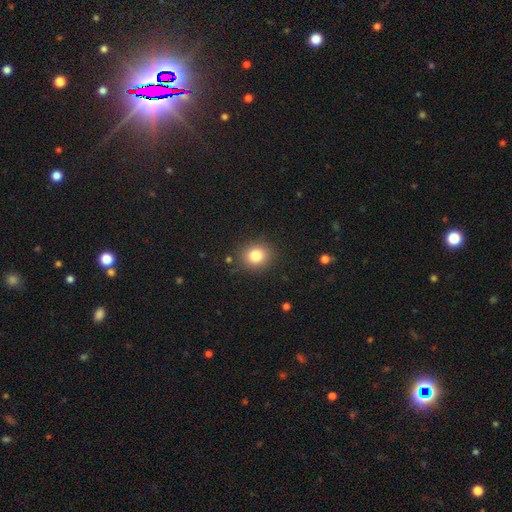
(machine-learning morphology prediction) Smooth or featured?
  - smooth: 82% *
  - star or artifact: 12%
  - featured or disk: 7%
How rounded?
  - round: 80% *
  - in between: 19%
  - cigar-shaped: 1%
Merging?
  - none: 88% *
  - minor disturbance: 8%
  - major disturbance: 3%
  - merger: 2%